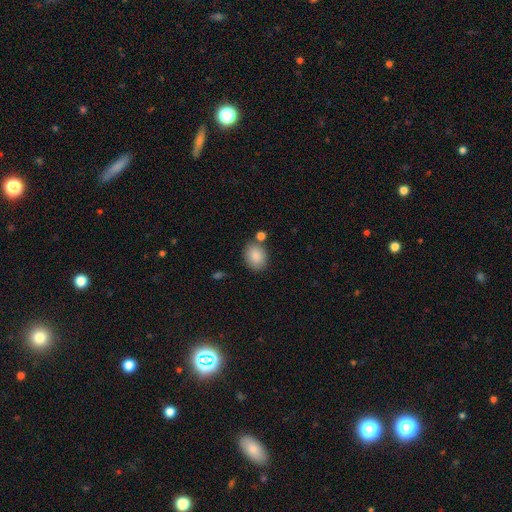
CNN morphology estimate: Smooth or featured? smooth (87%)
How rounded? in between (52%)
Merging? none (72%)